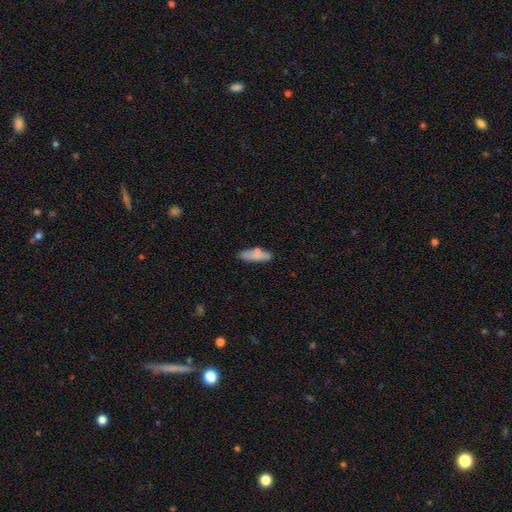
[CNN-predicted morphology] Smooth or featured? smooth (78%)
How rounded? cigar-shaped (55%)
Merging? none (74%)